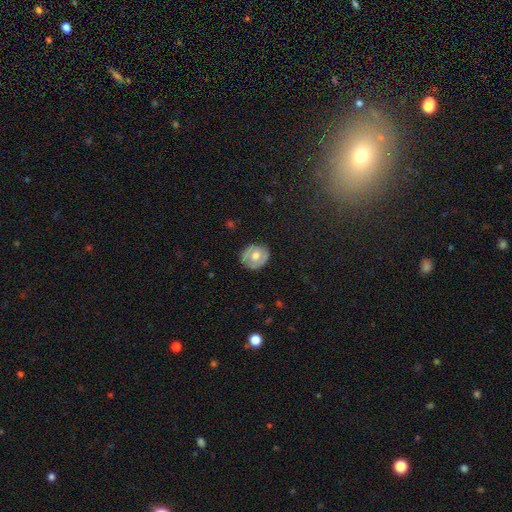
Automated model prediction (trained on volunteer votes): Smooth or featured? smooth (52%)
How rounded? round (76%)
Merging? none (82%)